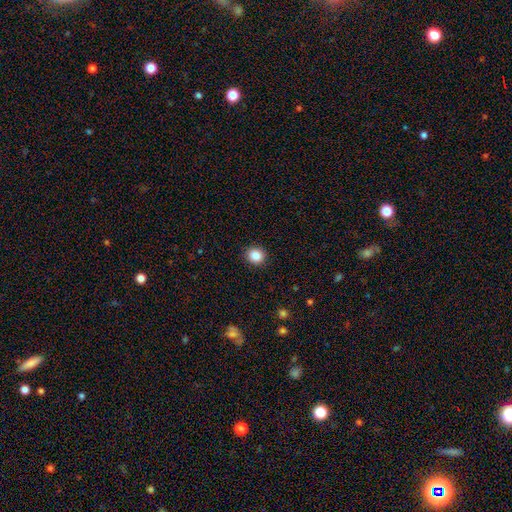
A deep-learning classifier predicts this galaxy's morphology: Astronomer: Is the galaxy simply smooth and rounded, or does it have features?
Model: smooth — 87%.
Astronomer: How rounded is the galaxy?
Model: round — 85%.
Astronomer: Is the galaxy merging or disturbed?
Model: none — 91%.